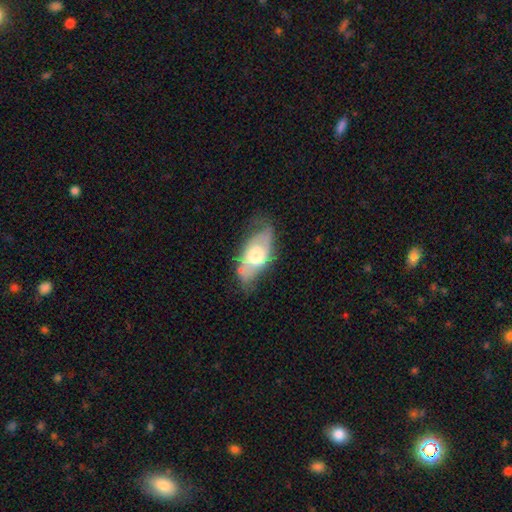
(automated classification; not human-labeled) Smooth or featured? Predicted: featured or disk (p=0.52). Edge-on disk? Predicted: no (p=0.83). Merging? Predicted: none (p=0.51).